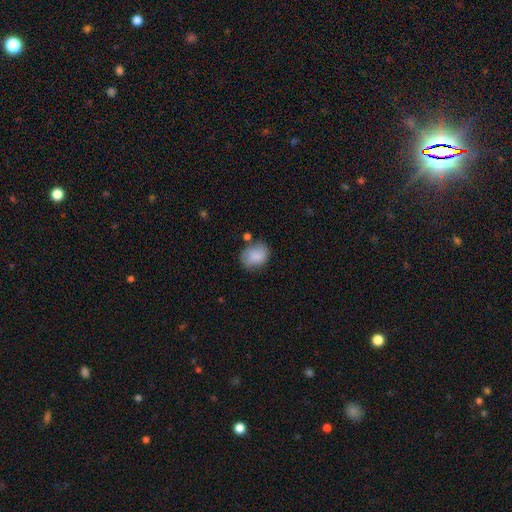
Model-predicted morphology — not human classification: Smooth or featured? smooth (85%)
How rounded? in between (53%)
Merging? none (64%)